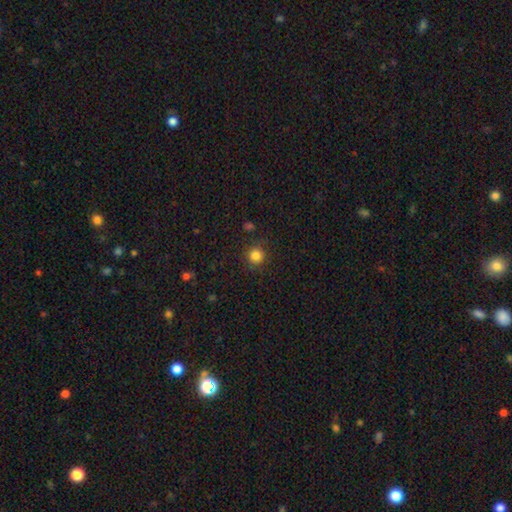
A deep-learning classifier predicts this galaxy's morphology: The model was most divided on "smooth or featured": smooth: 84%, star or artifact: 12%, featured or disk: 4%. More confident: how rounded — round (95%); merging — none (89%).